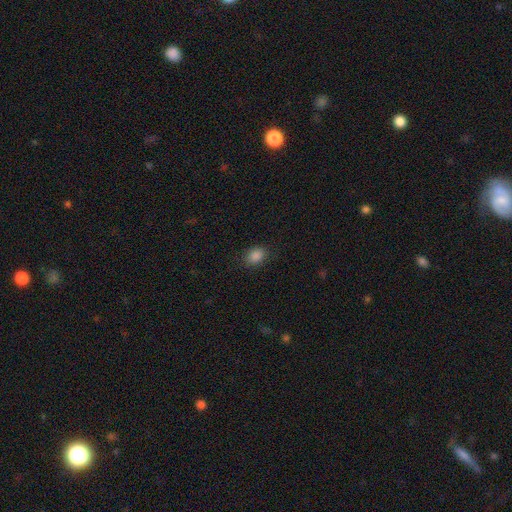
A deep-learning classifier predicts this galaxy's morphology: Overall: smooth (86%). How rounded: in between (66%; round 33%). Merging: none (85%).